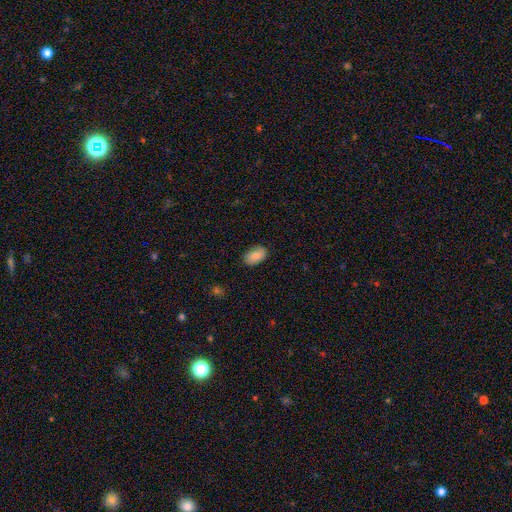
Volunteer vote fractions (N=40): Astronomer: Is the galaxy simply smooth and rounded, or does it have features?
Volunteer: smooth — 90%.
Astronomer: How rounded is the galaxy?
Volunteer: in between — 97%.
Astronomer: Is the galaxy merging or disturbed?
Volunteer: none — 95%.